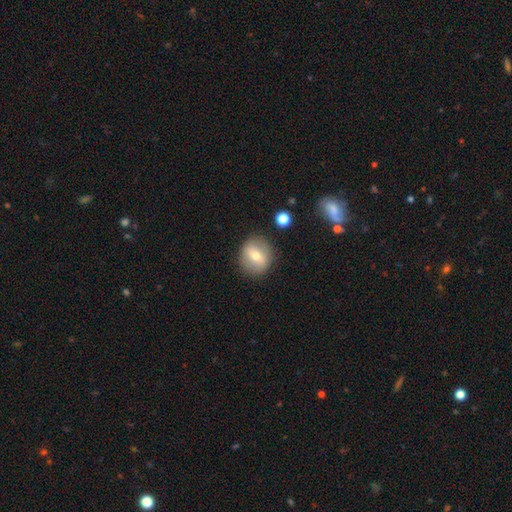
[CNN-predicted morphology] The model was most divided on "smooth or featured": smooth: 58%, featured or disk: 34%, star or artifact: 9%. More confident: merging — none (84%); how rounded — round (81%).